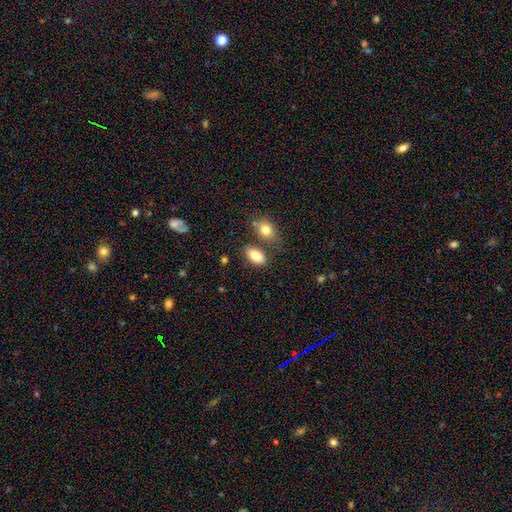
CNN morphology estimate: A smooth galaxy with no disk features (83%) that is in between round and cigar-shaped (91%).

Vote fractions:
- Smooth or featured? smooth: 83% / featured or disk: 10% / star or artifact: 8%
- How rounded? in between: 91% / round: 6% / cigar-shaped: 3%
- Merging? none: 69% / merger: 16% / minor disturbance: 12% / major disturbance: 3%